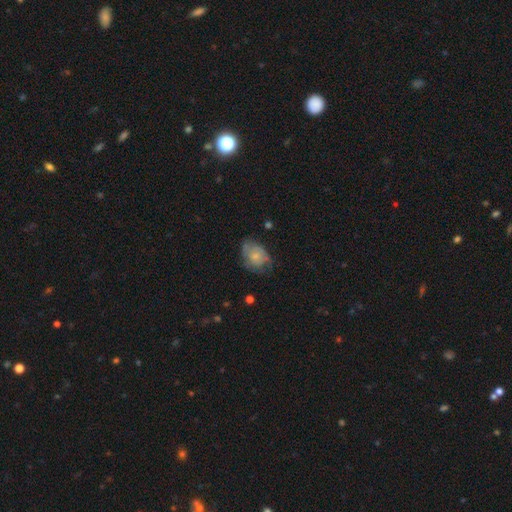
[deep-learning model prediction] This appears to be a smooth galaxy with no disk features (61%) that is in between round and cigar-shaped (62%). Merging: none (45%).